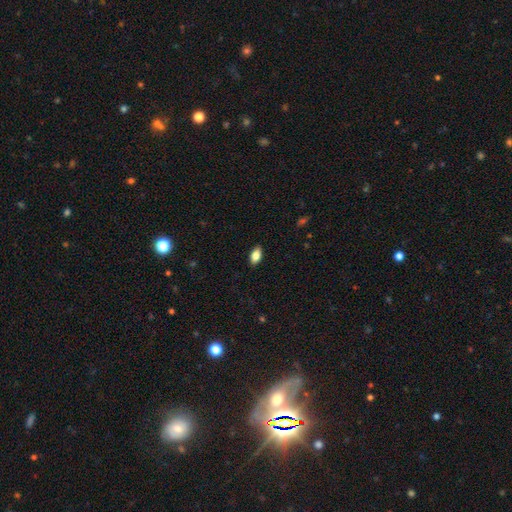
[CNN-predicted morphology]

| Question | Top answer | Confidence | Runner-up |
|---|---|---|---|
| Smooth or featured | smooth | 82% | featured or disk (10%) |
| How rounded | in between | 90% | cigar-shaped (5%) |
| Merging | none | 88% | minor disturbance (9%) |